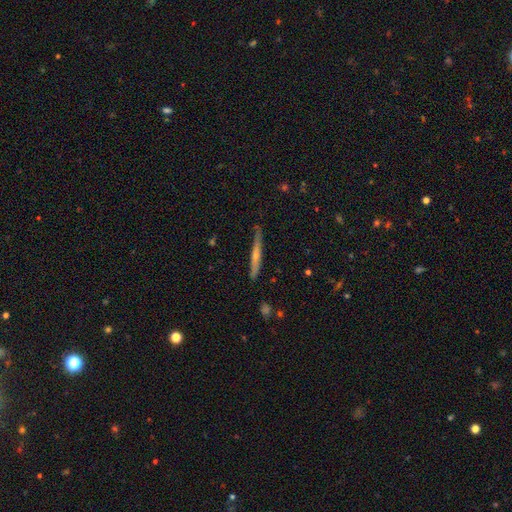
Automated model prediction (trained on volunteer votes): featured or disk 54%, smooth 40%, star or artifact 6%. Down the decision tree: edge-on disk — yes (95%); edge-on bulge — rounded (56%); merging — none (78%).